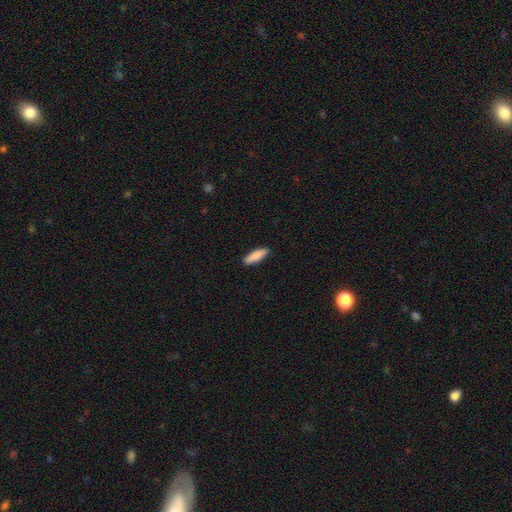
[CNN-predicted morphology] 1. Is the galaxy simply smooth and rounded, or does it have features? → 86% smooth, 9% featured or disk, 6% star or artifact.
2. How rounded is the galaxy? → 59% cigar-shaped, 40% in between, 2% round.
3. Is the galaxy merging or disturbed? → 88% none, 9% minor disturbance, 2% major disturbance, 1% merger.